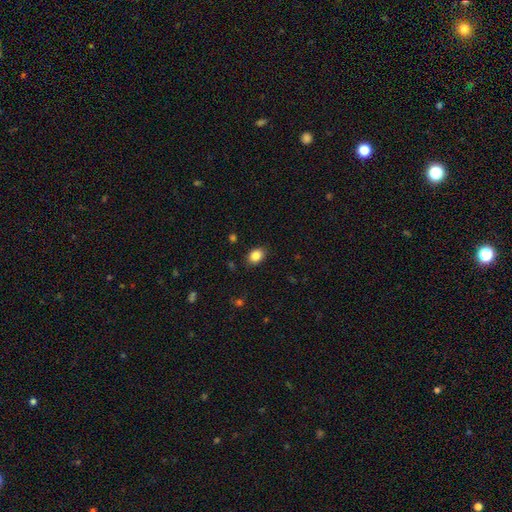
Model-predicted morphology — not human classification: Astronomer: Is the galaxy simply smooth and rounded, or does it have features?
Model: smooth — 86%.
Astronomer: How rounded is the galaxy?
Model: in between — 70%.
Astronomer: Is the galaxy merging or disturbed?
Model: none — 86%.